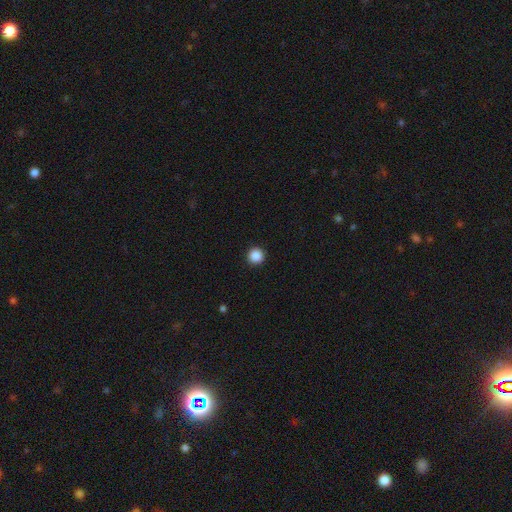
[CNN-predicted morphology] smooth-or-featured: smooth: 88% | star or artifact: 10% | featured or disk: 3%
  how-rounded: round: 96% | in between: 3% | cigar-shaped: 1%
  merging: none: 93% | minor disturbance: 4% | major disturbance: 1% | merger: 1%